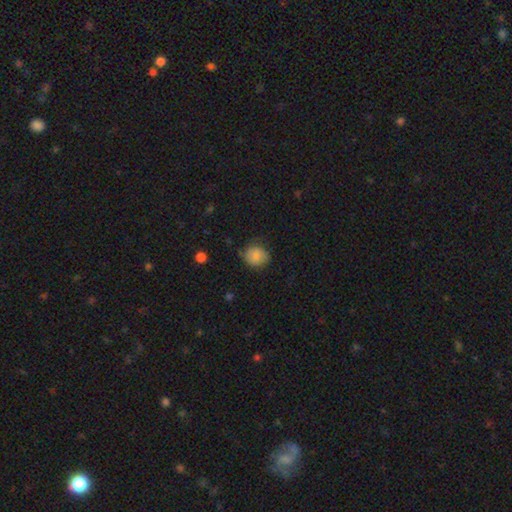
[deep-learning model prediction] This is clearly a smooth galaxy (82%). How rounded: likely round (78%). Merging: likely none (71%).